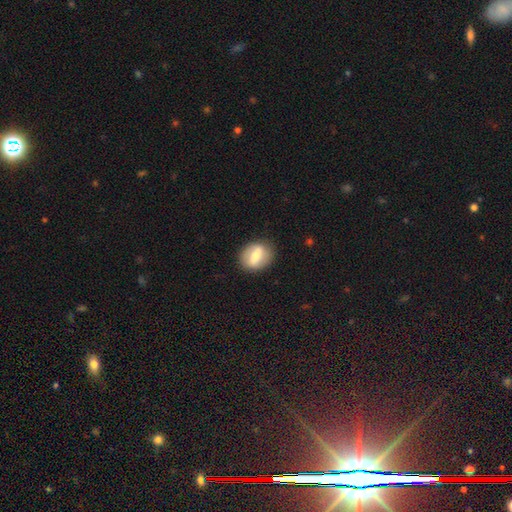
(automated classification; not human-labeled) A smooth galaxy with no disk features (52%) that is in between round and cigar-shaped (53%). Merging: none (84%).